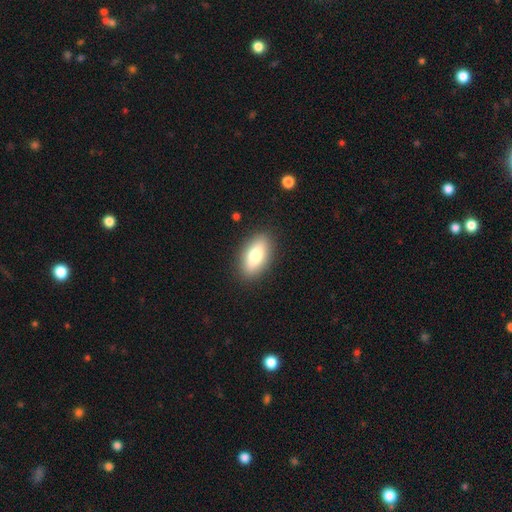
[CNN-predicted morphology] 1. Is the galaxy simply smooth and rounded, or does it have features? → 77% smooth, 16% featured or disk, 7% star or artifact.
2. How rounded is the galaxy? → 87% in between, 8% cigar-shaped, 4% round.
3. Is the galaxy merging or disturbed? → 88% none, 8% minor disturbance, 3% major disturbance, 1% merger.